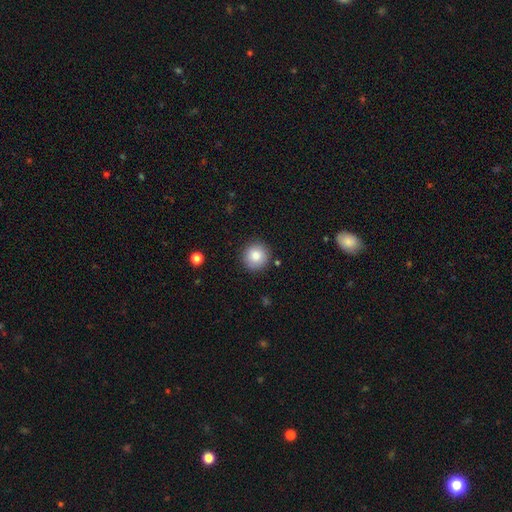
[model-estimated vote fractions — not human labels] smooth 84%, star or artifact 9%, featured or disk 8%. Down the decision tree: how rounded — round (95%); merging — none (89%).